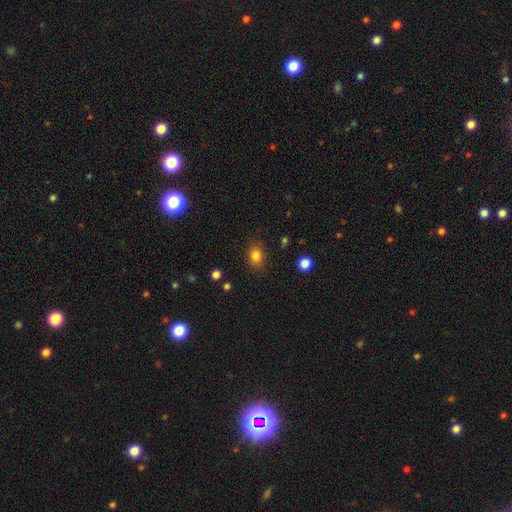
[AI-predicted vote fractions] Morphology: type=smooth (84%); roundness=in between (52%); merging=none (84%).